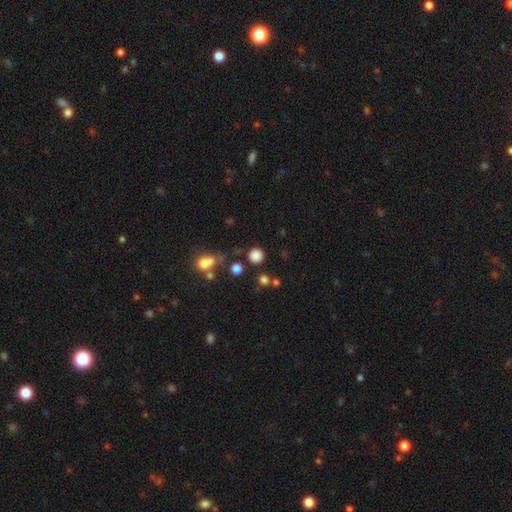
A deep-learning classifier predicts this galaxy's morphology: The model was most divided on "smooth or featured": smooth: 82%, star or artifact: 14%, featured or disk: 4%. More confident: how rounded — round (92%); merging — none (81%).